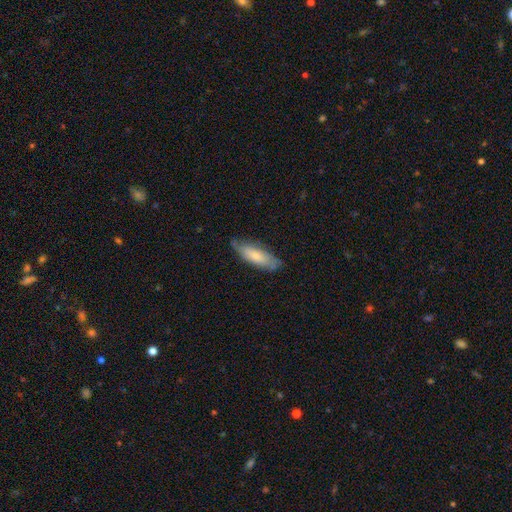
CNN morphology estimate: smooth-or-featured: smooth: 68% | featured or disk: 26% | star or artifact: 6%
  how-rounded: in between: 58% | cigar-shaped: 41% | round: 2%
  merging: none: 71% | minor disturbance: 23% | major disturbance: 4% | merger: 1%